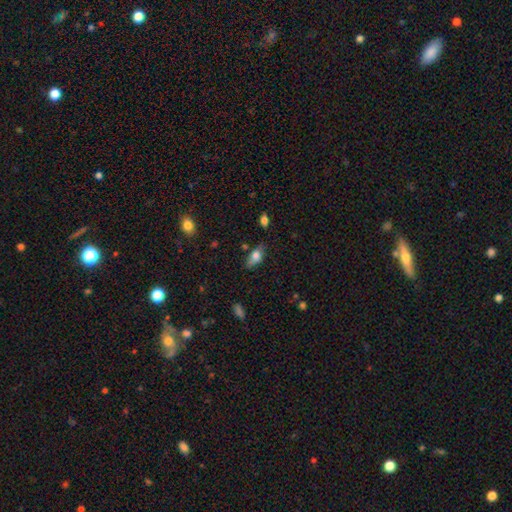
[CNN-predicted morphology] Q: Smooth or featured?
A: smooth (67%); runner-up: featured or disk (25%)
Q: How rounded?
A: in between (80%); runner-up: cigar-shaped (15%)
Q: Merging?
A: none (61%); runner-up: minor disturbance (27%)